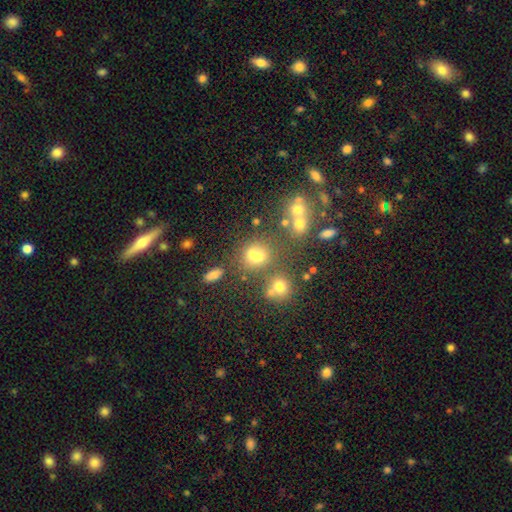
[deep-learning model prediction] A smooth galaxy with no disk features (64%) that is round (54%). Merging: none (50%).